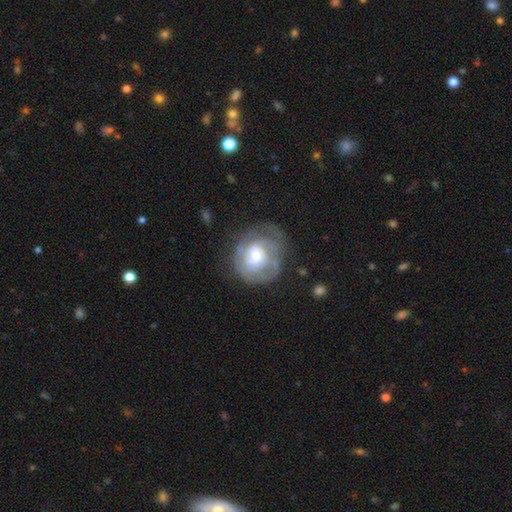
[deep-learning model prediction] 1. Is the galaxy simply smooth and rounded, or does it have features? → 67% featured or disk, 27% smooth, 7% star or artifact.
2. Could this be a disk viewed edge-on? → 98% no, 2% yes.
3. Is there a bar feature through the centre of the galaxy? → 61% no, 32% weak, 7% strong.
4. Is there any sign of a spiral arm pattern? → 77% yes, 23% no.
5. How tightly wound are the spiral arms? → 61% tight, 29% medium, 11% loose.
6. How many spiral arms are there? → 40% can't tell, 30% 2, 14% 1, 9% 3, 3% 4, 3% more than 4.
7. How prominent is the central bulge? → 46% moderate, 24% small, 23% large, 5% none, 2% dominant.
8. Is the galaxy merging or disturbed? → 61% none, 22% minor disturbance, 16% major disturbance, 2% merger.